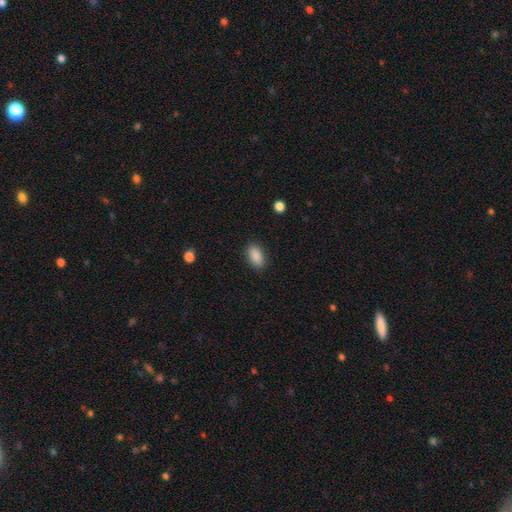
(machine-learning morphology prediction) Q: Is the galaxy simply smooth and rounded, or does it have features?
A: smooth — 89%.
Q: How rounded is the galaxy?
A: in between — 92%.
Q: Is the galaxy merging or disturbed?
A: none — 88%.